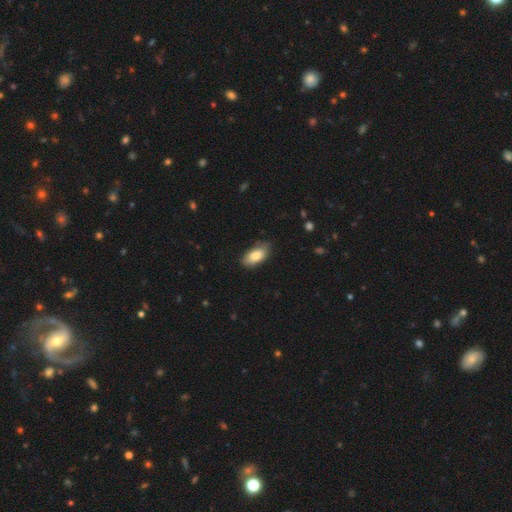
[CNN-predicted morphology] smooth_or_featured: smooth (p=0.82) [alt: featured or disk p=0.11]
how_rounded: in between (p=0.91) [alt: cigar-shaped p=0.06]
merging: none (p=0.77) [alt: minor disturbance p=0.19]